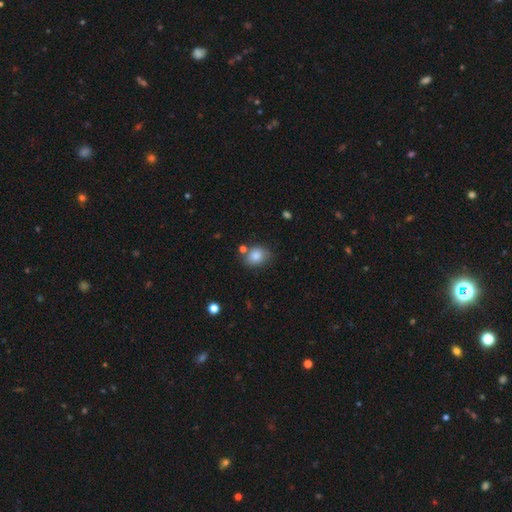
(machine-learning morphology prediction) A smooth galaxy with no disk features (84%) that is round (50%). Merging: none (71%).